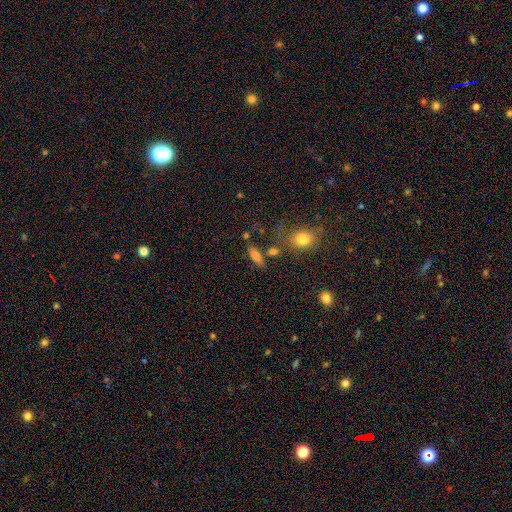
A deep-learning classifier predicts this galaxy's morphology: Smooth or featured? smooth (70%)
How rounded? in between (51%)
Merging? none (67%)